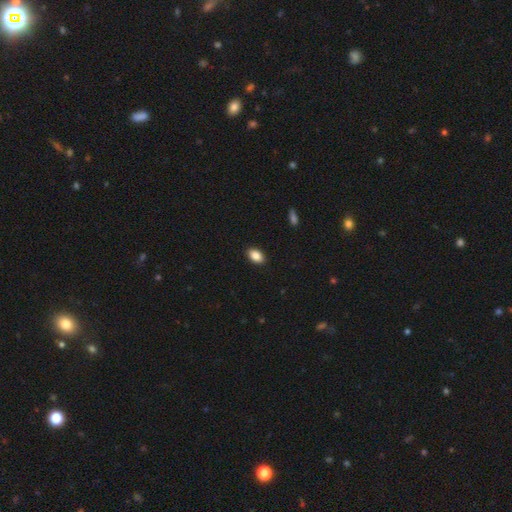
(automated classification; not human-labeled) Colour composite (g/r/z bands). It shows a smooth galaxy with no disk features (88%) that is in between round and cigar-shaped (88%). Merging: none (90%).